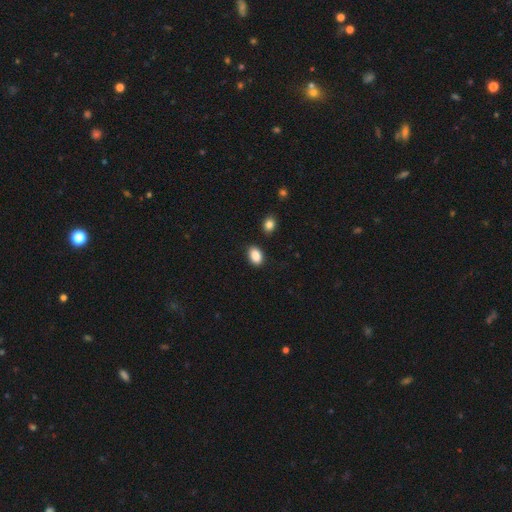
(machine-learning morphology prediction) Overall: smooth (88%). How rounded: in between (82%). Merging: none (85%).